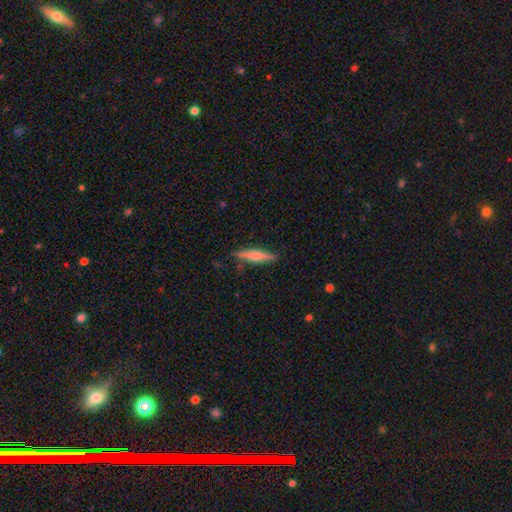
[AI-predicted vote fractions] Morphology: type=smooth (59%); roundness=cigar-shaped (85%); merging=none (81%).